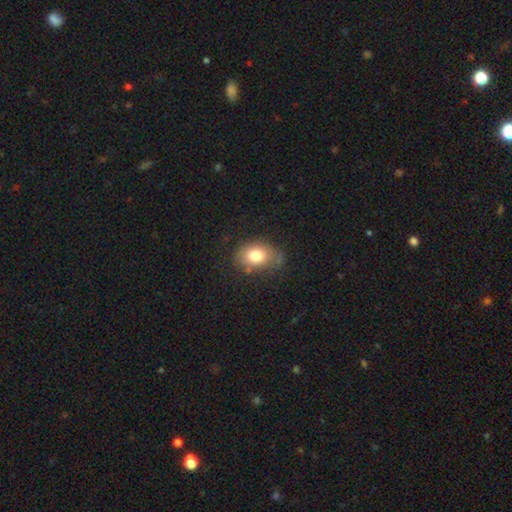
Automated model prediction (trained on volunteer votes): This appears to be a smooth galaxy with no disk features (79%) that is in between round and cigar-shaped (79%). Merging: none (62%).